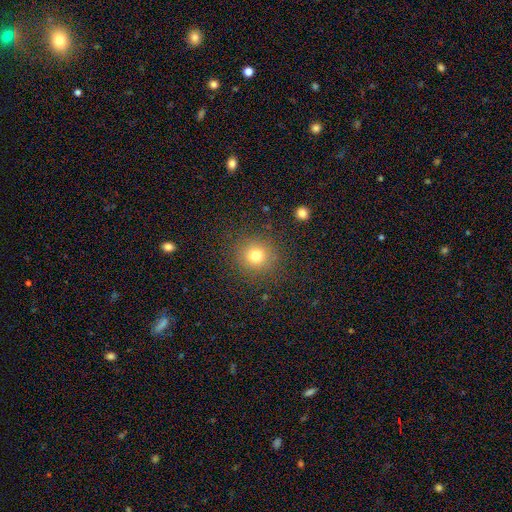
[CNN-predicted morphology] smooth-or-featured: smooth: 78% | star or artifact: 14% | featured or disk: 8%
  how-rounded: round: 91% | in between: 8% | cigar-shaped: 1%
  merging: none: 87% | minor disturbance: 8% | major disturbance: 4% | merger: 2%